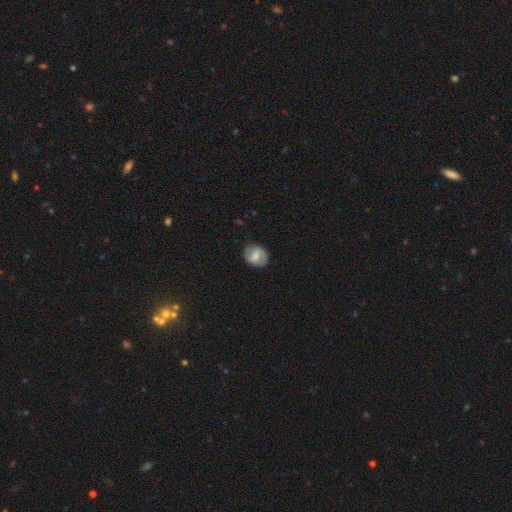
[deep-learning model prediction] A smooth galaxy with no disk features (50%) that is in between round and cigar-shaped (49%, tied with round). Merging: none (82%).